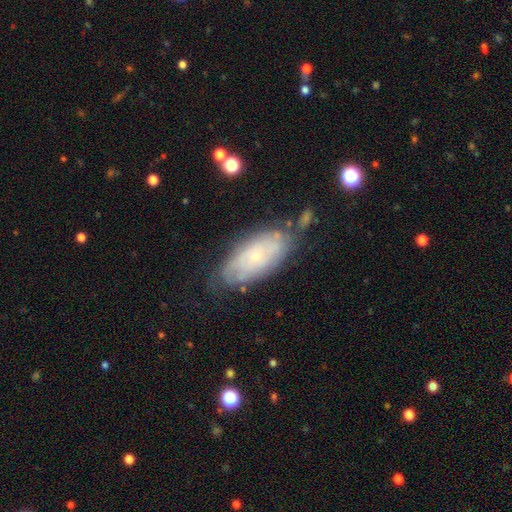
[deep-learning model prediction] Q: Smooth or featured?
A: featured or disk (58%); runner-up: smooth (34%)
Q: Edge-on disk?
A: no (90%); runner-up: yes (10%)
Q: Bar?
A: no (84%); runner-up: weak (13%)
Q: Spiral arms?
A: yes (69%); runner-up: no (31%)
Q: Bulge size?
A: small (81%); runner-up: moderate (15%)
Q: Merging?
A: none (65%); runner-up: minor disturbance (23%)